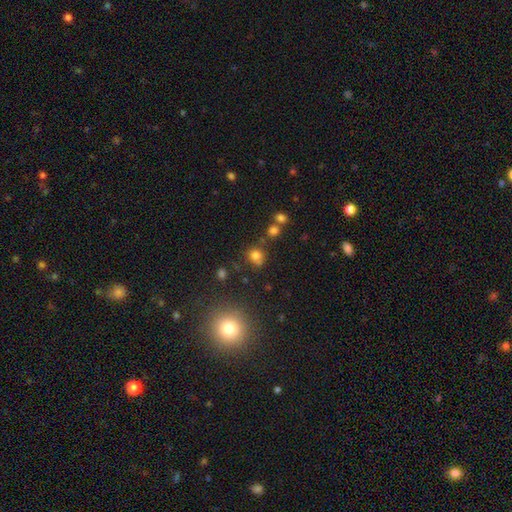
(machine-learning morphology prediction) smooth-or-featured: smooth: 75% | star or artifact: 18% | featured or disk: 7%
  how-rounded: round: 79% | in between: 20% | cigar-shaped: 1%
  merging: none: 64% | merger: 15% | minor disturbance: 15% | major disturbance: 6%